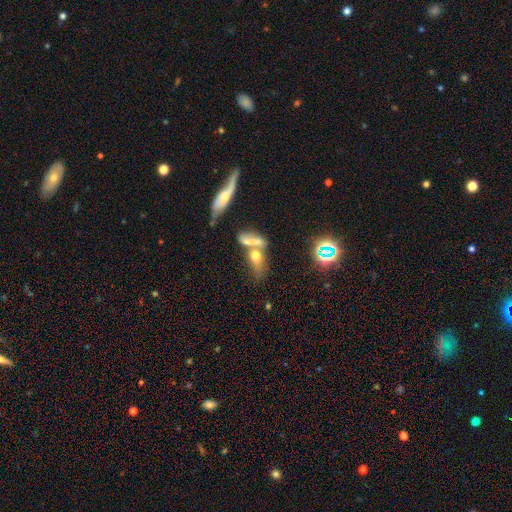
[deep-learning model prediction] Smooth or featured: smooth — 57% (featured or disk — 26%)
How rounded: in between — 65% (cigar-shaped — 23%)
Merging: merger — 53% (none — 28%)